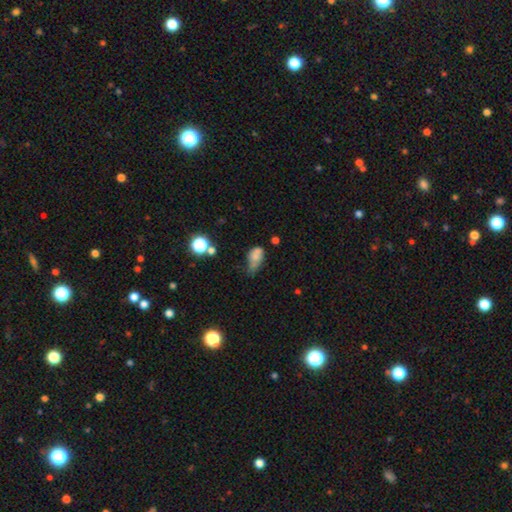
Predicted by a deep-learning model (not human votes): The model was most divided on "merging": minor disturbance: 35%, major disturbance: 28%, none: 22%, merger: 15%. More confident: how rounded — in between (80%); smooth or featured — smooth (65%).